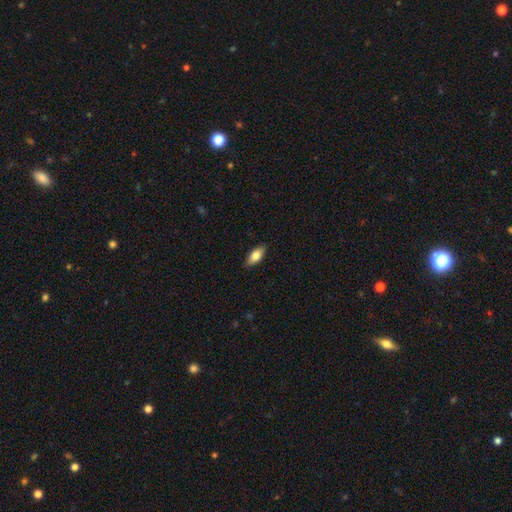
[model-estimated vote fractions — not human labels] Overall: smooth (78%). How rounded: in between (86%). Merging: none (85%).